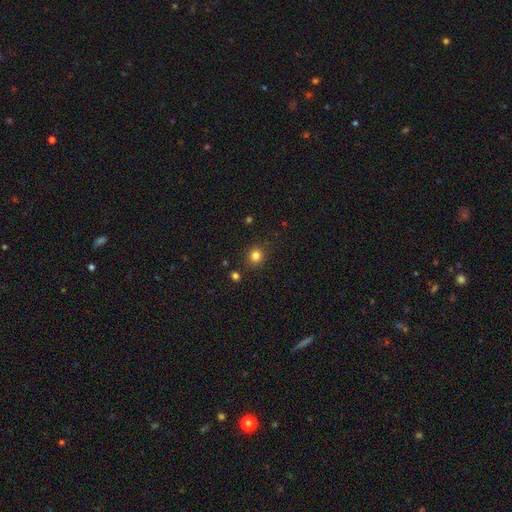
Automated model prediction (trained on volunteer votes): Smooth or featured?
  - smooth: 82% *
  - star or artifact: 13%
  - featured or disk: 5%
How rounded?
  - round: 88% *
  - in between: 11%
  - cigar-shaped: 1%
Merging?
  - none: 87% *
  - minor disturbance: 8%
  - major disturbance: 3%
  - merger: 2%